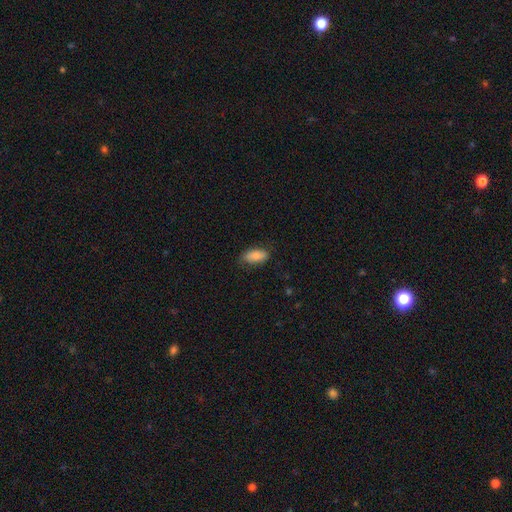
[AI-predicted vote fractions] The model was most divided on "merging": none: 78%, minor disturbance: 17%, major disturbance: 4%, merger: 1%. More confident: how rounded — in between (90%); smooth or featured — smooth (81%).